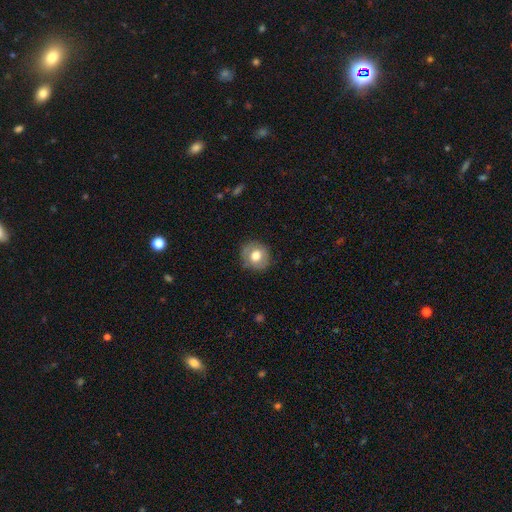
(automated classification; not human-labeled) This is likely a smooth galaxy (66%). How rounded: clearly round (84%). Merging: clearly none (82%).